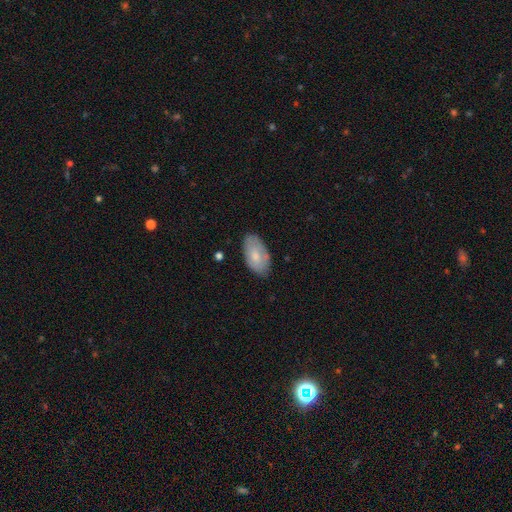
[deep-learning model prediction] Morphology: type=smooth (70%); roundness=in between (94%); merging=none (77%).